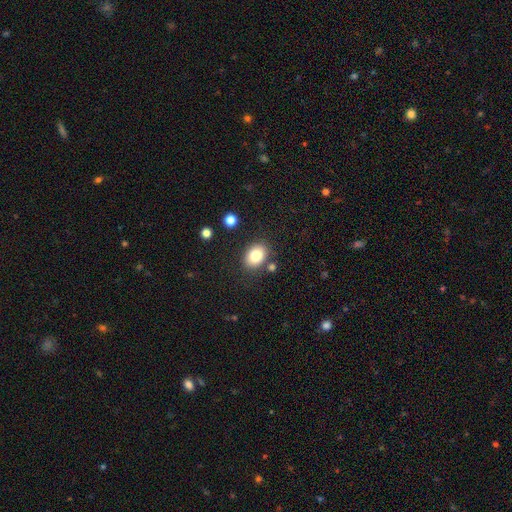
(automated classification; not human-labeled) smooth 82%, featured or disk 9%, star or artifact 9%. Down the decision tree: how rounded — in between (70%); merging — none (82%).